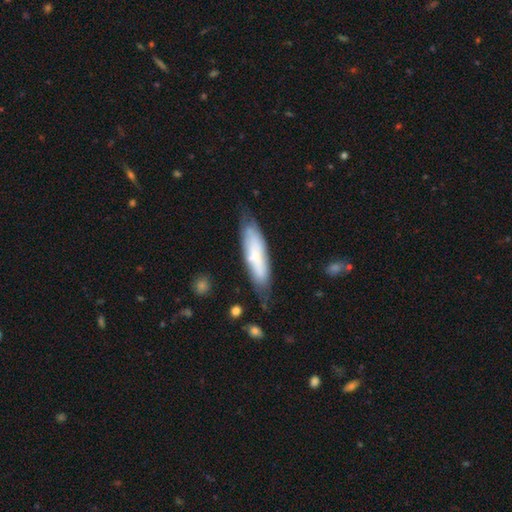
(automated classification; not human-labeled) Smooth or featured? Predicted: smooth (p=0.62). How rounded? Predicted: cigar-shaped (p=0.67). Merging? Predicted: none (p=0.65).